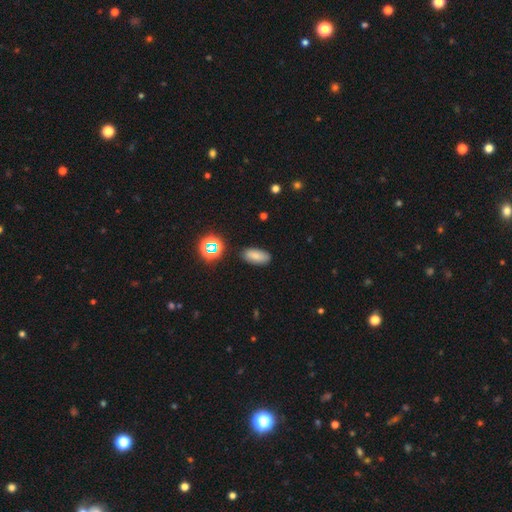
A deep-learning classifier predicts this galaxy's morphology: Smooth or featured? Predicted: smooth (p=0.75). How rounded? Predicted: in between (p=0.88). Merging? Predicted: none (p=0.84).